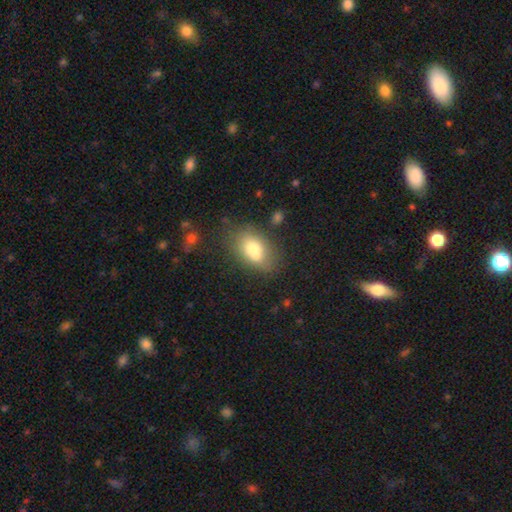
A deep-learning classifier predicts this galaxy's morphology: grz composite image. It shows a smooth galaxy with no disk features (68%) that is in between round and cigar-shaped (78%). Merging: none (47%).